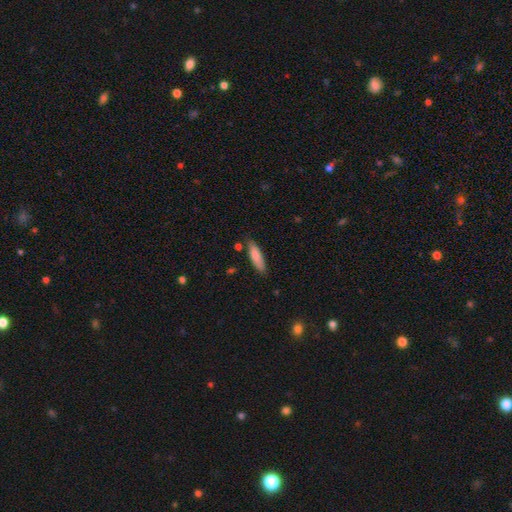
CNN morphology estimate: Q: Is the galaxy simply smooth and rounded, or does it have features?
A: smooth — 82%.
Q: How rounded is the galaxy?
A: cigar-shaped — 62%.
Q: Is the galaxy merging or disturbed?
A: none — 79%.